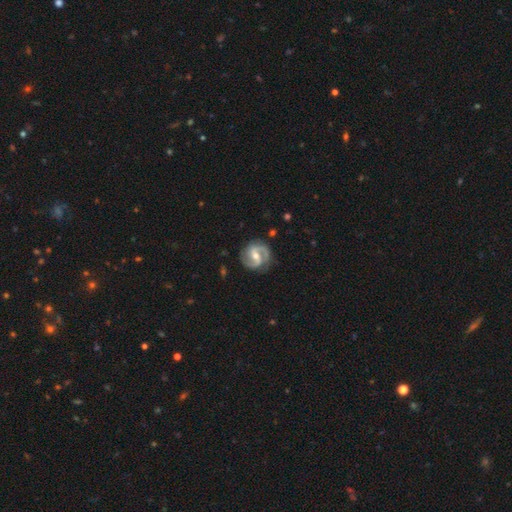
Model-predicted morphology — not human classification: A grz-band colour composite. It shows a featured or disk galaxy (90%) with a weak bar (46%), 2 (92%) medium (56%) spiral arms (97%) and a moderate central bulge (58%). Merging: none (84%).